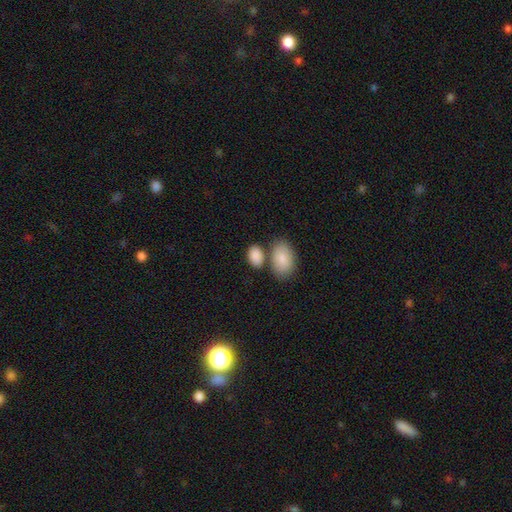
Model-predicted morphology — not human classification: smooth_or_featured: smooth (p=0.88) [alt: star or artifact p=0.07]
how_rounded: in between (p=0.87) [alt: round p=0.11]
merging: none (p=0.60) [alt: merger p=0.23]